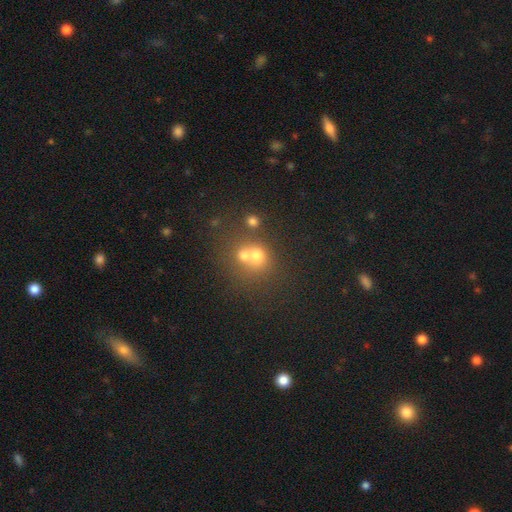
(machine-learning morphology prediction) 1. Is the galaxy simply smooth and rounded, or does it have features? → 61% smooth, 21% featured or disk, 17% star or artifact.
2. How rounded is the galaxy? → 76% round, 23% in between, 1% cigar-shaped.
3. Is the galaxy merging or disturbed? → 57% merger, 33% none, 6% minor disturbance, 4% major disturbance.